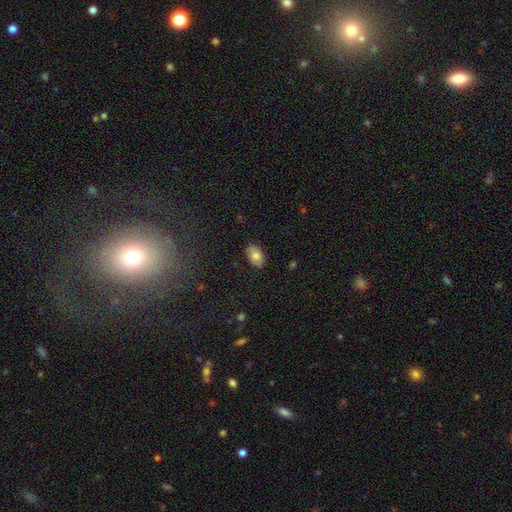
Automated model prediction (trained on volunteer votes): smooth_or_featured: smooth (p=0.78) [alt: featured or disk p=0.15]
how_rounded: in between (p=0.92) [alt: round p=0.06]
merging: none (p=0.83) [alt: minor disturbance p=0.13]